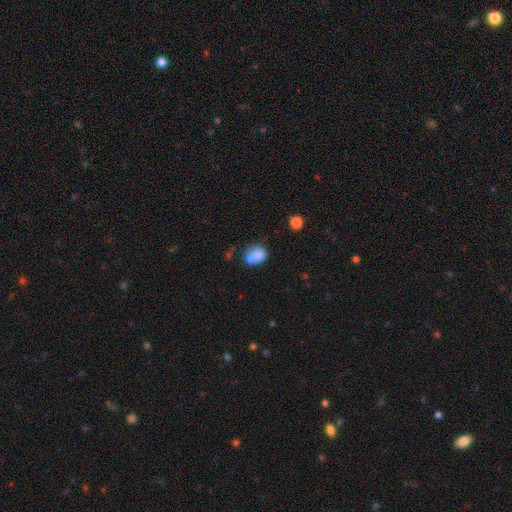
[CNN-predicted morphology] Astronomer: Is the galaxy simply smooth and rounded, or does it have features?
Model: smooth — 74%.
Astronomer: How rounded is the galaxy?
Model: round — 59% (runner-up: in between, 40%).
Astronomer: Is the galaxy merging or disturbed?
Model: none — 40% (runner-up: merger, 33%).